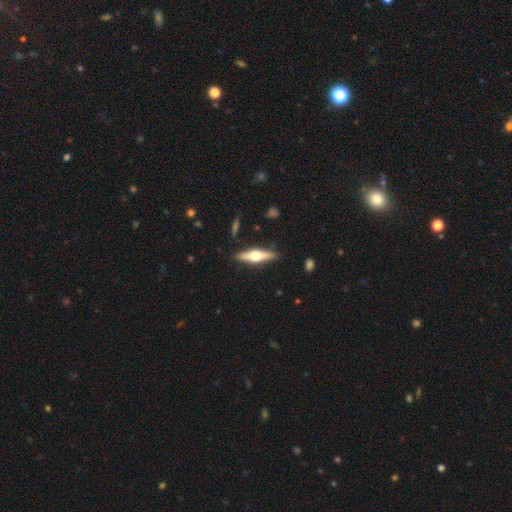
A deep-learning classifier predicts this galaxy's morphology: This is likely a featured or disk galaxy (67%). It is clearly viewed edge-on (96%). Edge-on bulge: clearly rounded (95%). Merging: clearly none (88%).